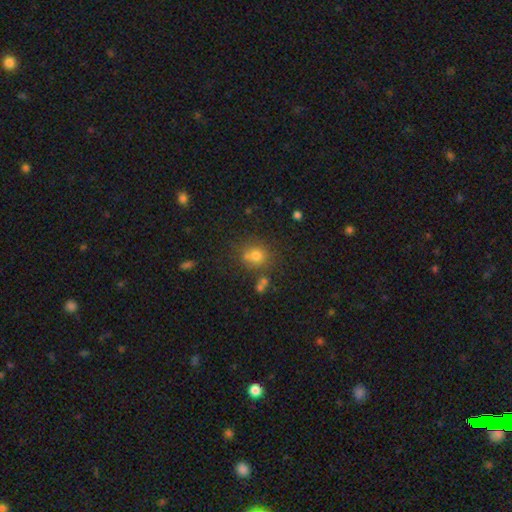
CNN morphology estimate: Overall: smooth (71%). How rounded: round (81%). Merging: none (59%; merger 23%).